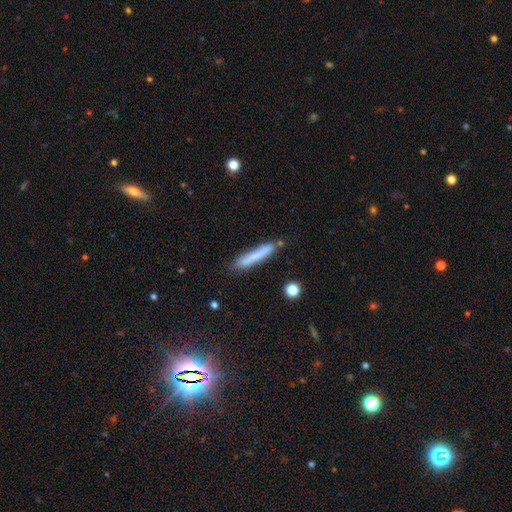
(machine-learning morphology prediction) The model was most divided on "smooth or featured": smooth: 75%, featured or disk: 18%, star or artifact: 7%. More confident: how rounded — cigar-shaped (94%); merging — none (76%).